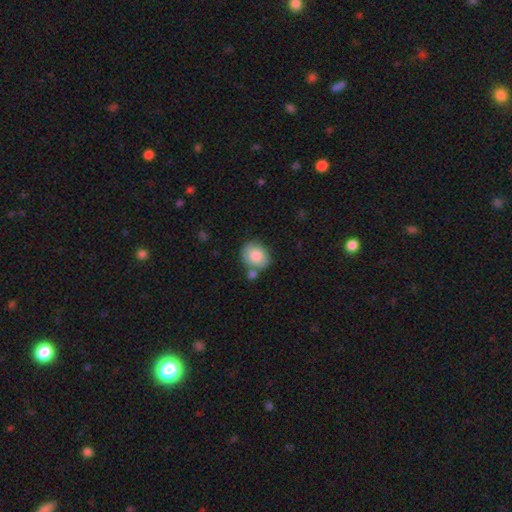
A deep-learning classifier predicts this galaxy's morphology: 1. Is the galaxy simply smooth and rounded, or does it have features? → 80% smooth, 13% featured or disk, 7% star or artifact.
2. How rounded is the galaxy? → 61% round, 38% in between, 1% cigar-shaped.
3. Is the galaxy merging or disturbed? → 58% none, 18% minor disturbance, 18% merger, 5% major disturbance.